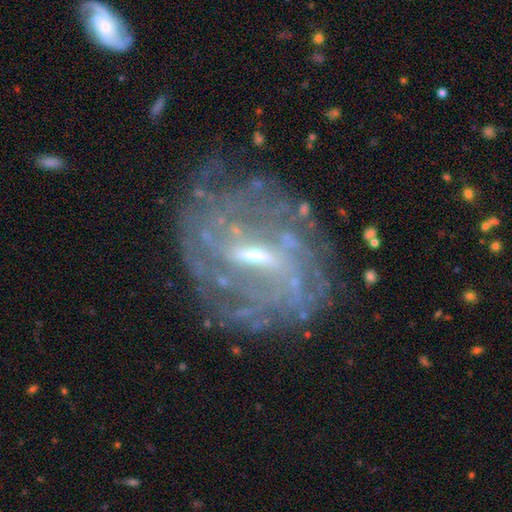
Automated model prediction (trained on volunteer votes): Smooth or featured?
  - featured or disk: 87% *
  - star or artifact: 7%
  - smooth: 6%
Edge-on disk?
  - no: 94% *
  - yes: 6%
Bar?
  - weak: 44% *
  - strong: 43%
  - no: 14%
Spiral arms?
  - yes: 91% *
  - no: 9%
Spiral winding?
  - tight: 59% *
  - medium: 29%
  - loose: 12%
Spiral arm count?
  - can't tell: 42% *
  - 2: 16%
  - 4: 13%
  - 3: 11%
  - more than 4: 11%
  - 1: 6%
Bulge size?
  - small: 58% *
  - moderate: 32%
  - none: 5%
  - large: 3%
  - dominant: 1%
Merging?
  - none: 68% *
  - minor disturbance: 18%
  - major disturbance: 11%
  - merger: 2%